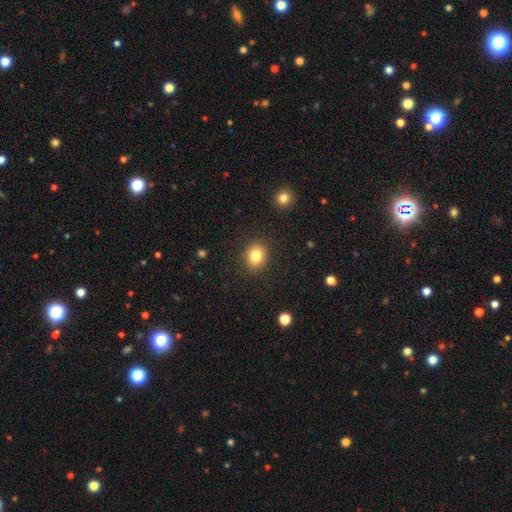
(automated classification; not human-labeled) Smooth or featured? Predicted: smooth (p=0.82). How rounded? Predicted: round (p=0.65). Merging? Predicted: none (p=0.89).